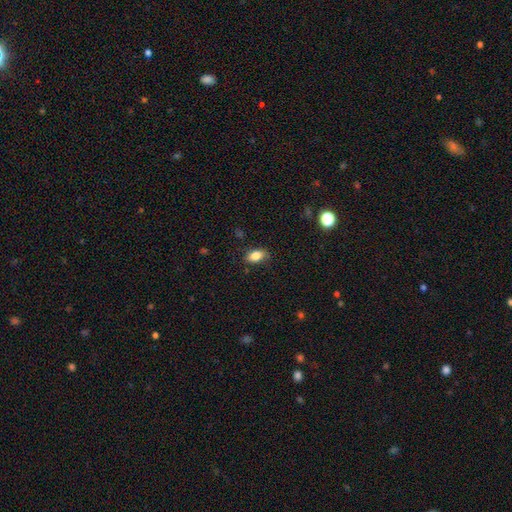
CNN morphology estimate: A smooth galaxy with no disk features (83%) that is in between round and cigar-shaped (88%).

Vote fractions:
- Smooth or featured? smooth: 83% / featured or disk: 9% / star or artifact: 8%
- How rounded? in between: 88% / round: 8% / cigar-shaped: 4%
- Merging? none: 81% / minor disturbance: 15% / major disturbance: 3% / merger: 1%